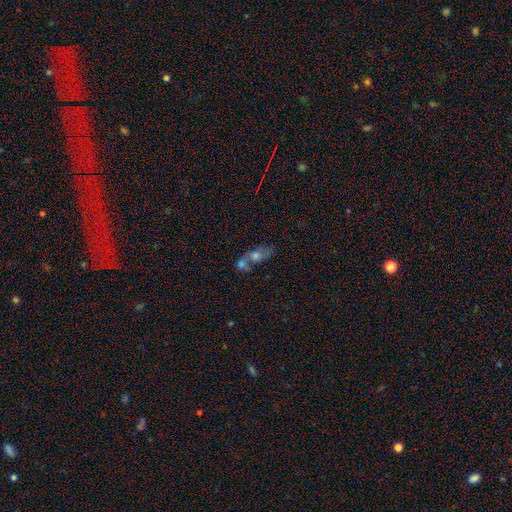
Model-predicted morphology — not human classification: type=smooth (49%); merging=merger (62%).